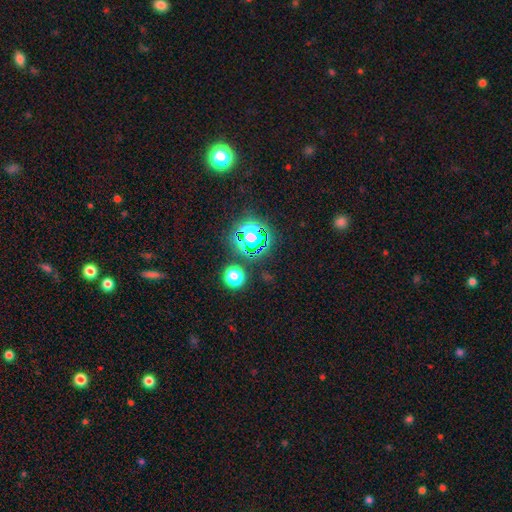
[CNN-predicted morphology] Overall: star or artifact (64%; smooth 28%).